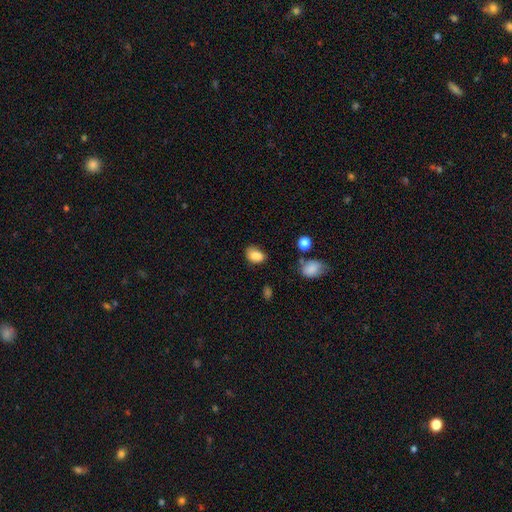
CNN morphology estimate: Smooth or featured: smooth — 84% (star or artifact — 10%)
How rounded: in between — 79% (round — 20%)
Merging: none — 59% (minor disturbance — 28%)